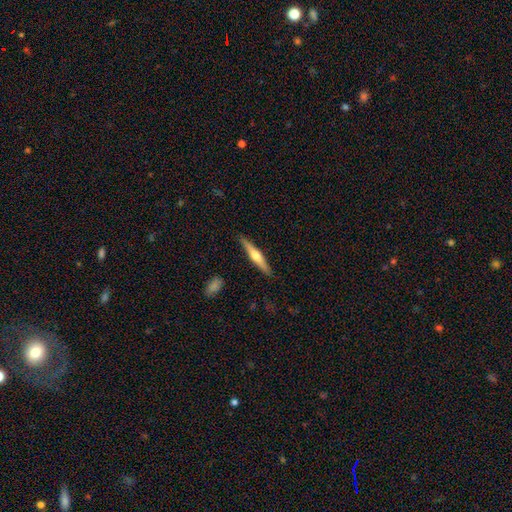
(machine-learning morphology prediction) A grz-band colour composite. It shows a featured or disk galaxy (56%) viewed edge-on (97%) with a rounded central bulge (89%). Merging: none (89%).